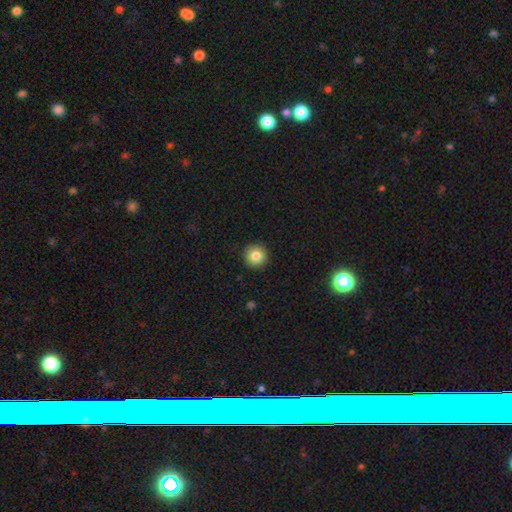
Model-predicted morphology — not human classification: Smooth or featured? Predicted: smooth (p=0.83). How rounded? Predicted: round (p=0.95). Merging? Predicted: none (p=0.92).